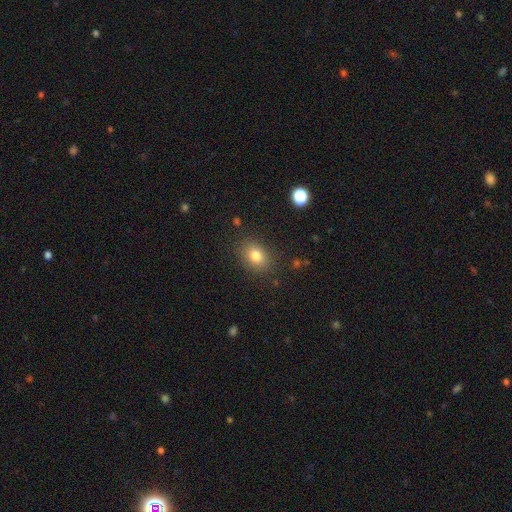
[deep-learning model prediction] smooth 80%, star or artifact 11%, featured or disk 9%. Down the decision tree: how rounded — in between (62%); merging — none (86%).